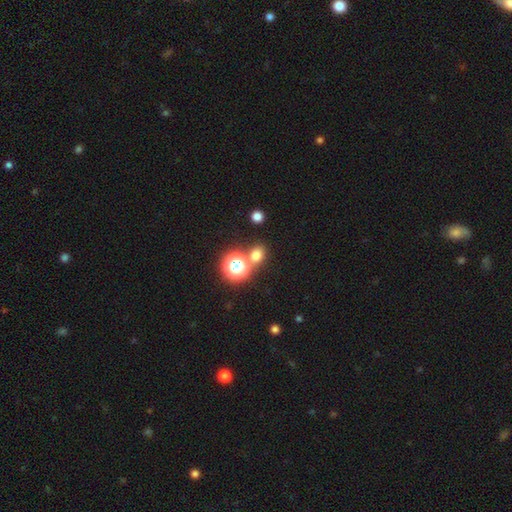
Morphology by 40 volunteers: smooth-or-featured: smooth: 78% | star or artifact: 12% | featured or disk: 10%
  how-rounded: round: 68% | in between: 32% | cigar-shaped: 0%
  merging: none: 71% | minor disturbance: 14% | merger: 14% | major disturbance: 0%